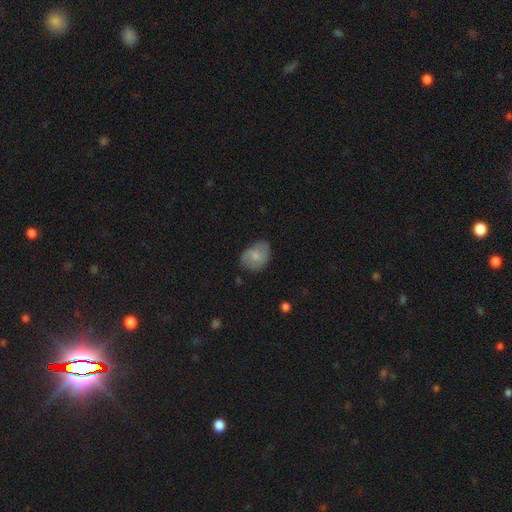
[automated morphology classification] Smooth or featured?
  - smooth: 71% *
  - featured or disk: 22%
  - star or artifact: 7%
How rounded?
  - in between: 64% *
  - round: 35%
  - cigar-shaped: 1%
Merging?
  - none: 60% *
  - minor disturbance: 30%
  - major disturbance: 8%
  - merger: 2%